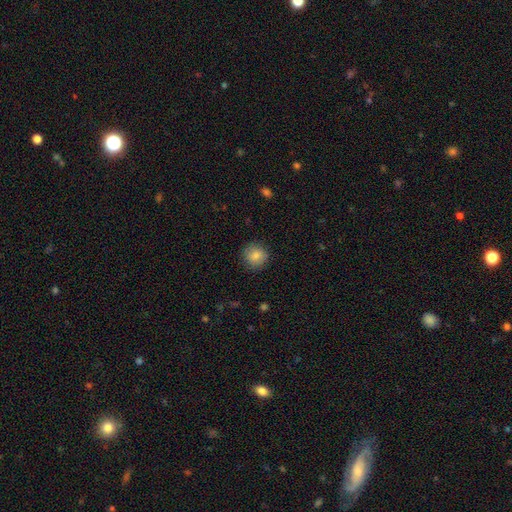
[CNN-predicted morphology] This is clearly a smooth galaxy (85%). How rounded: clearly round (91%). Merging: clearly none (88%).